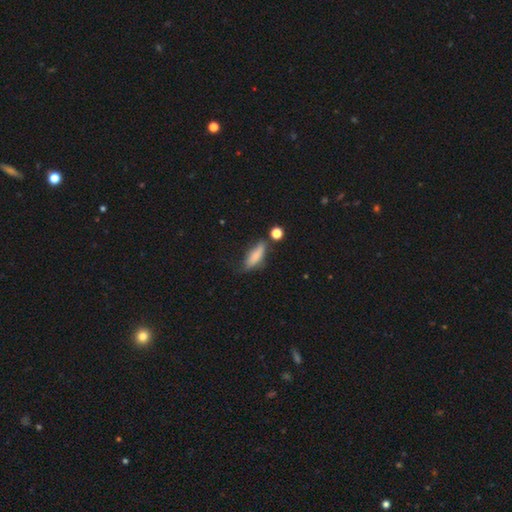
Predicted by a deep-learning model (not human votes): Smooth or featured: smooth — 75% (featured or disk — 17%)
How rounded: cigar-shaped — 51% (in between — 45%)
Merging: none — 50% (minor disturbance — 30%)